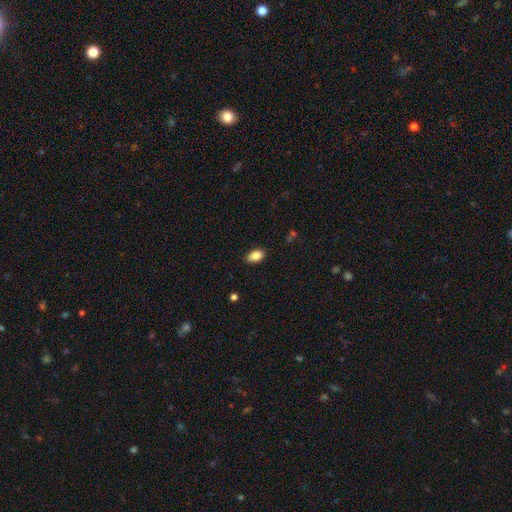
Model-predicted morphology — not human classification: Smooth or featured? Predicted: smooth (p=0.87). How rounded? Predicted: in between (p=0.92). Merging? Predicted: none (p=0.88).